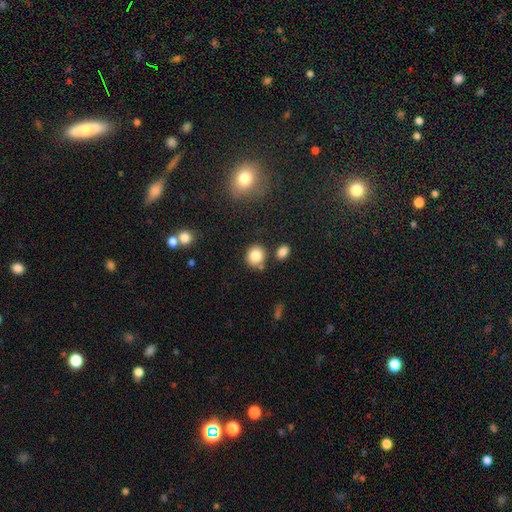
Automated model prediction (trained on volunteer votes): smooth-or-featured: smooth: 84% | star or artifact: 10% | featured or disk: 6%
  how-rounded: round: 82% | in between: 17% | cigar-shaped: 1%
  merging: none: 74% | merger: 11% | minor disturbance: 11% | major disturbance: 3%